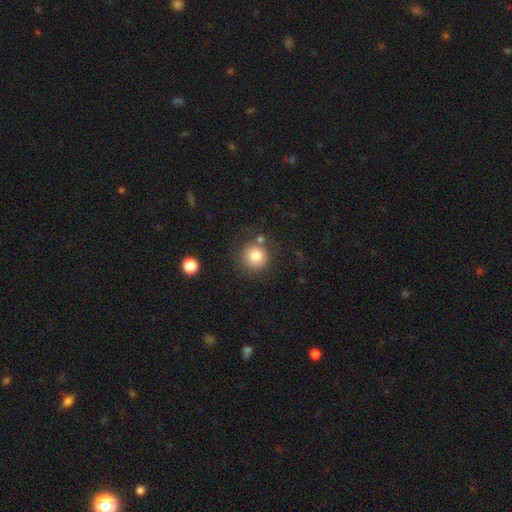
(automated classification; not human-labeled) smooth-or-featured: smooth: 82% | star or artifact: 11% | featured or disk: 7%
  how-rounded: round: 93% | in between: 6% | cigar-shaped: 1%
  merging: none: 79% | minor disturbance: 10% | merger: 7% | major disturbance: 4%